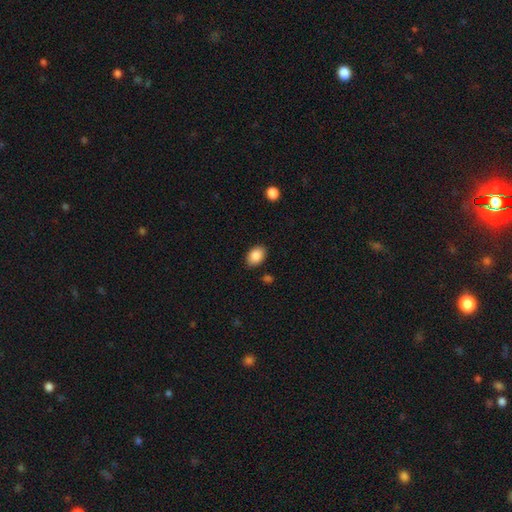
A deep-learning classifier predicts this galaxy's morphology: smooth_or_featured: smooth (p=0.88) [alt: star or artifact p=0.07]
how_rounded: in between (p=0.81) [alt: round p=0.18]
merging: none (p=0.87) [alt: minor disturbance p=0.09]